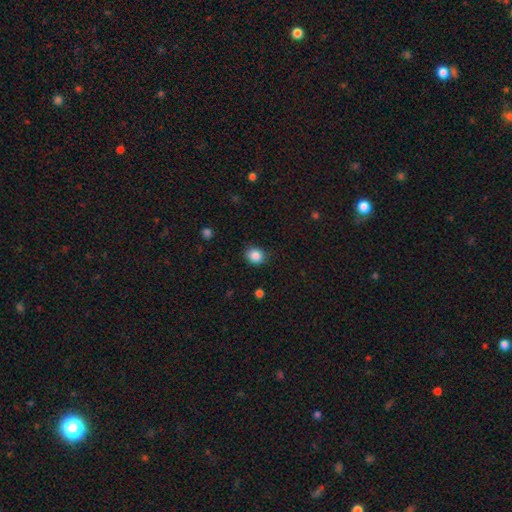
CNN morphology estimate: Smooth or featured? Predicted: smooth (p=0.86). How rounded? Predicted: round (p=0.72). Merging? Predicted: none (p=0.87).